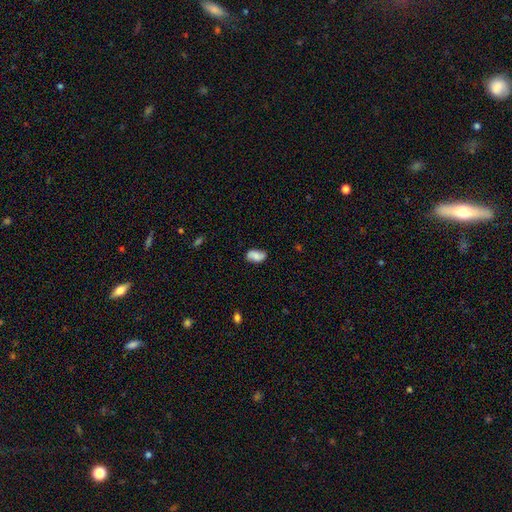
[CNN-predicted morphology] This is possibly a smooth galaxy (60%). How rounded: clearly in between (92%). Merging: likely none (72%).